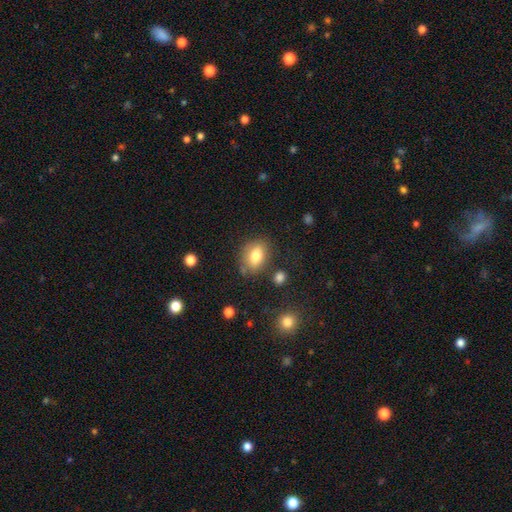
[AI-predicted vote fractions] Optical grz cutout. It shows a smooth galaxy with no disk features (79%) that is in between round and cigar-shaped (68%). Merging: none (73%).